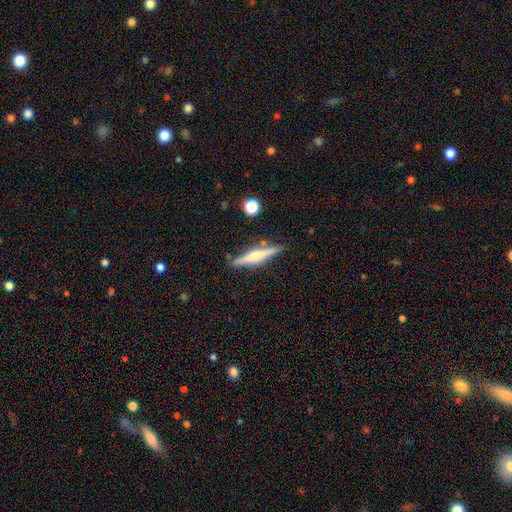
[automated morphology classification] smooth_or_featured: featured or disk (p=0.61) [alt: smooth p=0.33]
disk_edge_on: yes (p=0.96) [alt: no p=0.04]
edge_on_bulge: rounded (p=0.80) [alt: none p=0.12]
merging: none (p=0.82) [alt: minor disturbance p=0.12]